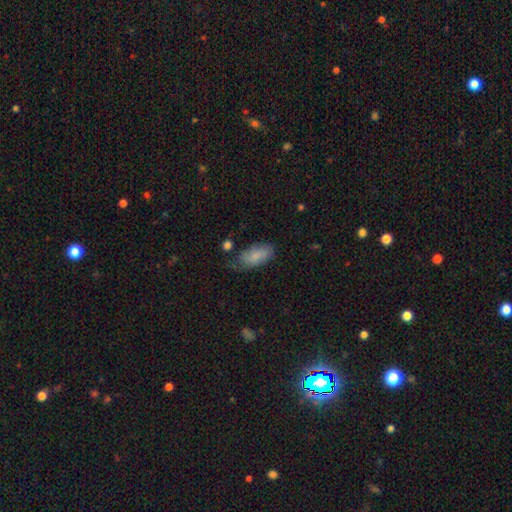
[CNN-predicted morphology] Smooth or featured?
  - smooth: 82% *
  - featured or disk: 11%
  - star or artifact: 7%
How rounded?
  - in between: 91% *
  - cigar-shaped: 6%
  - round: 3%
Merging?
  - none: 59% *
  - minor disturbance: 29%
  - major disturbance: 8%
  - merger: 3%